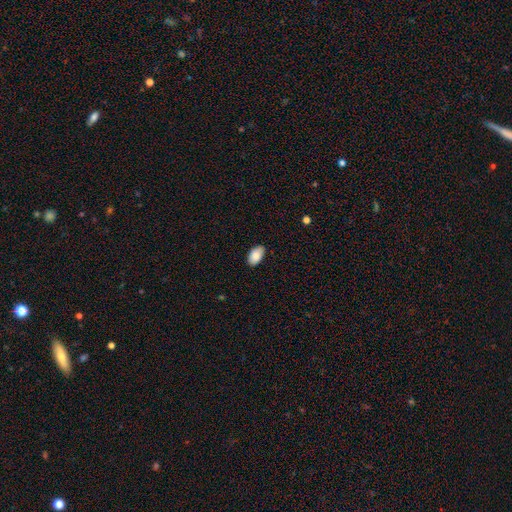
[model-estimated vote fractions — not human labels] A smooth galaxy with no disk features (87%) that is in between round and cigar-shaped (95%). Merging: none (85%).